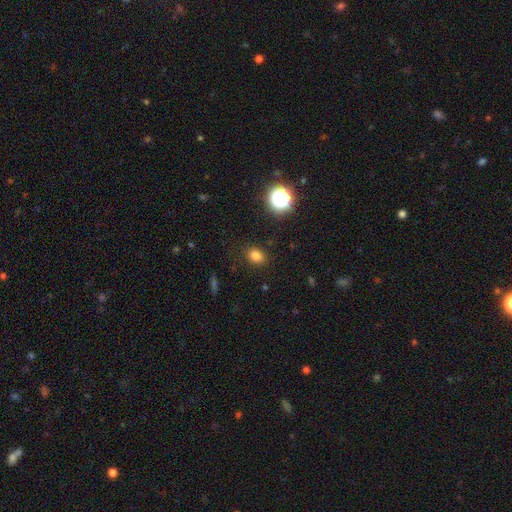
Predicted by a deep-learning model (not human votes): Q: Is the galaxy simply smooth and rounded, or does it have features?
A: smooth — 80%.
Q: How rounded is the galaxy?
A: in between — 52%.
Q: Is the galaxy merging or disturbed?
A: none — 88%.